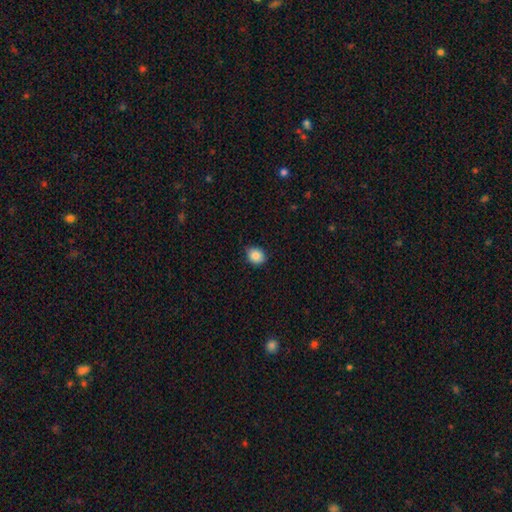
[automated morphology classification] Overall: smooth (87%). How rounded: round (62%; in between 37%). Merging: none (80%).